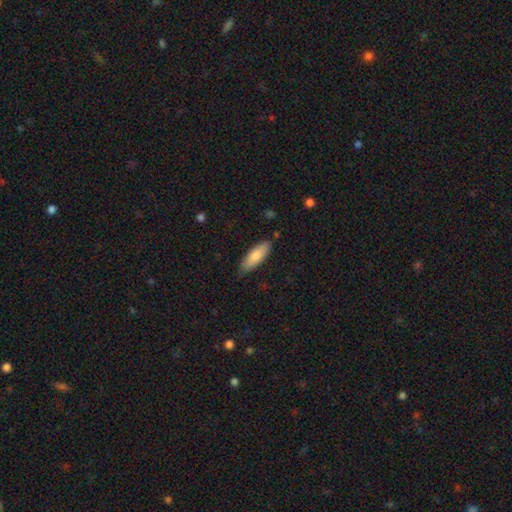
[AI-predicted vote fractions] Smooth or featured: smooth — 82% (featured or disk — 12%)
How rounded: in between — 59% (cigar-shaped — 39%)
Merging: none — 82% (minor disturbance — 14%)